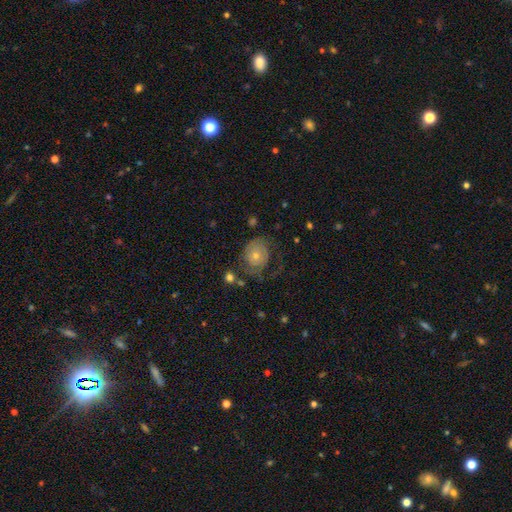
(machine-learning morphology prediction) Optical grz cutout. It shows a featured or disk galaxy (59%) with no bar (86%), spiral arms (70%) and a small central bulge (50%). Merging: none (53%).